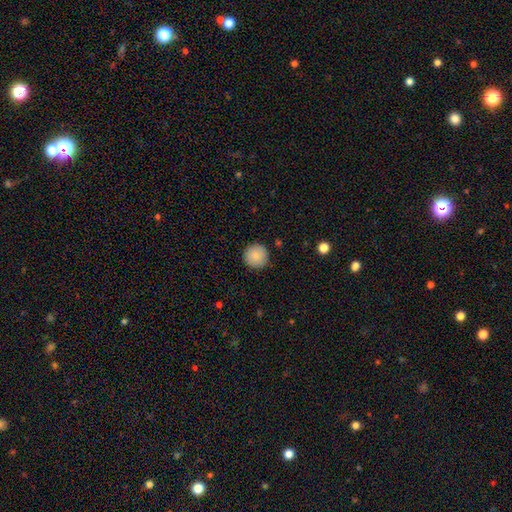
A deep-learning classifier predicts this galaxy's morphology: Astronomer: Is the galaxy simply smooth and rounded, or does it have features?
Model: smooth — 88%.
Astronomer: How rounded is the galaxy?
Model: round — 96%.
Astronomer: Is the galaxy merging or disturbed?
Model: none — 91%.